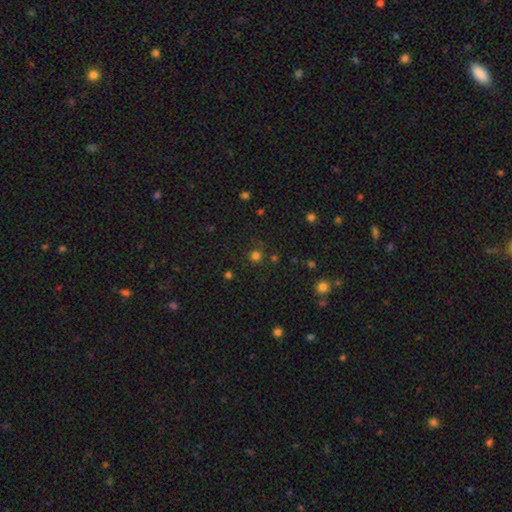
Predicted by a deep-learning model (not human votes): smooth_or_featured: smooth (p=0.73) [alt: star or artifact p=0.22]
how_rounded: round (p=0.92) [alt: in between p=0.07]
merging: none (p=0.82) [alt: minor disturbance p=0.10]